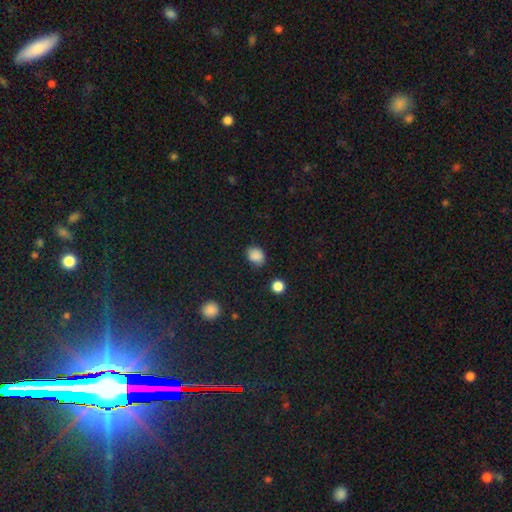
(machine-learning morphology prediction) The model was most divided on "how rounded": round: 52%, in between: 47%, cigar-shaped: 1%. More confident: smooth or featured — smooth (85%); merging — none (77%).